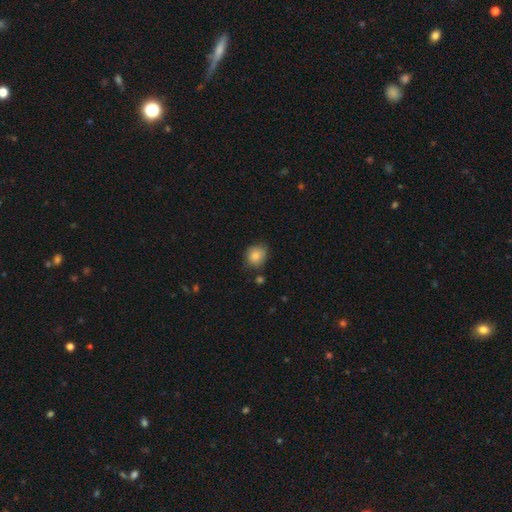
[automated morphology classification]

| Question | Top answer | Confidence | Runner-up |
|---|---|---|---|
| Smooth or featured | smooth | 84% | star or artifact (9%) |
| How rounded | round | 69% | in between (30%) |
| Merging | none | 70% | minor disturbance (21%) |